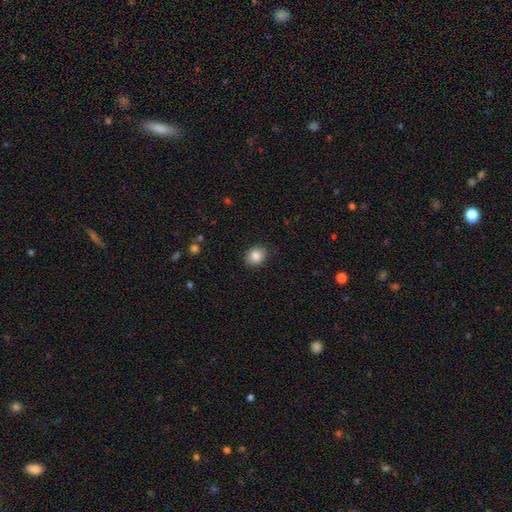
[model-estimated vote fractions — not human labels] This appears to be a smooth galaxy with no disk features (86%) that is round (63%). Merging: none (86%).